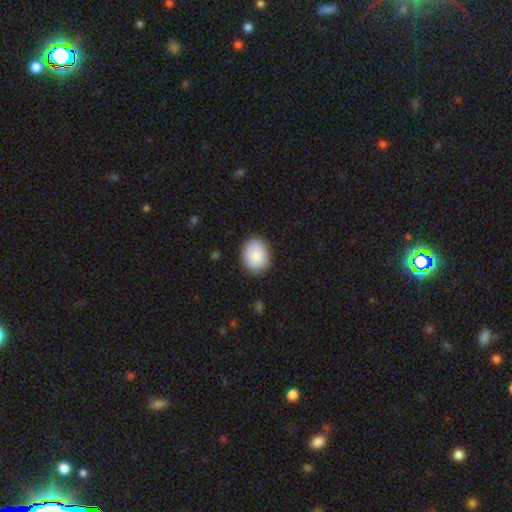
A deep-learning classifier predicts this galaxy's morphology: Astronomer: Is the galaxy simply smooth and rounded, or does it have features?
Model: smooth — 88%.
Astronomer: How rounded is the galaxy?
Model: round — 50% (runner-up: in between, 49%).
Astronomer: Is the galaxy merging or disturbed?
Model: none — 87%.